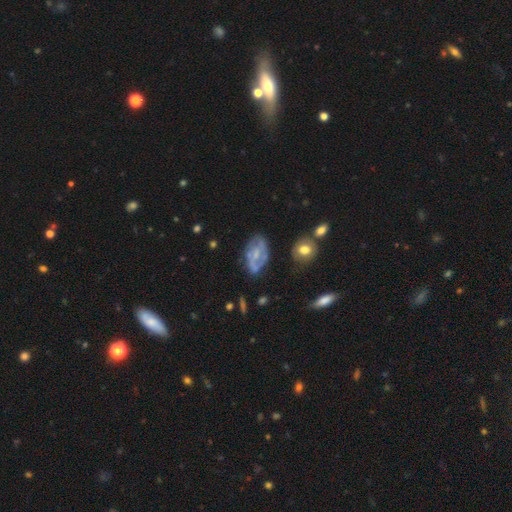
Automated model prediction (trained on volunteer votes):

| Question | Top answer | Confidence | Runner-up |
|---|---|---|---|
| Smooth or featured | featured or disk | 65% | smooth (27%) |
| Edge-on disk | no | 95% | yes (5%) |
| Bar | no | 52% | weak (38%) |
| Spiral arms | yes | 67% | no (33%) |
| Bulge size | small | 51% | moderate (27%) |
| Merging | none | 61% | minor disturbance (24%) |